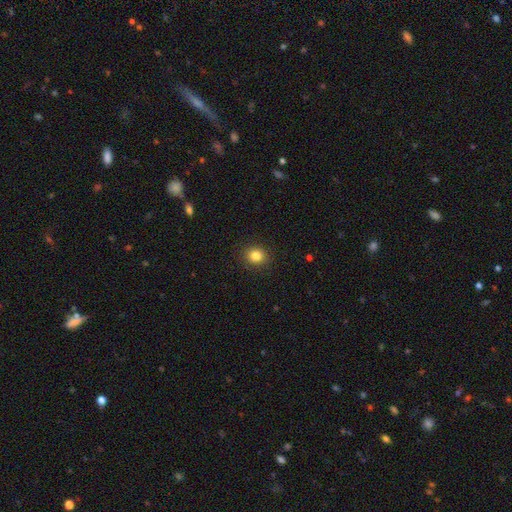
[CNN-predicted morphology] Smooth or featured?
  - smooth: 84% *
  - star or artifact: 11%
  - featured or disk: 5%
How rounded?
  - round: 77% *
  - in between: 23%
  - cigar-shaped: 1%
Merging?
  - none: 90% *
  - minor disturbance: 7%
  - major disturbance: 2%
  - merger: 1%